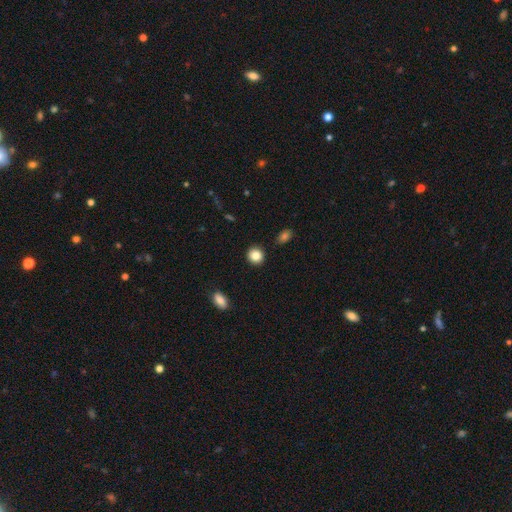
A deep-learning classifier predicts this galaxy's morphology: smooth-or-featured: smooth: 85% | star or artifact: 9% | featured or disk: 6%
  how-rounded: round: 89% | in between: 10% | cigar-shaped: 1%
  merging: none: 90% | minor disturbance: 6% | major disturbance: 2% | merger: 2%